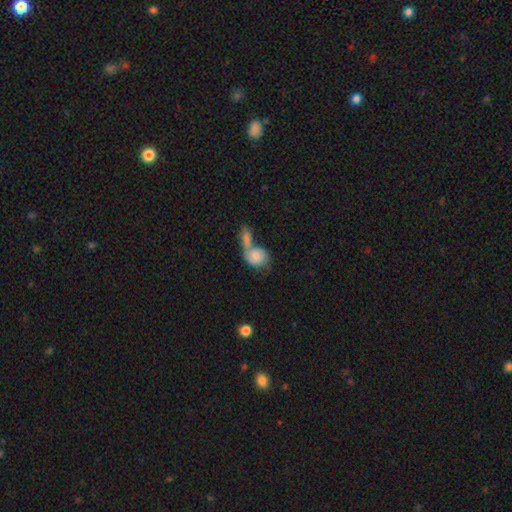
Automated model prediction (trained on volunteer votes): This appears to be a smooth galaxy with no disk features (64%) that is round (56%). Merging: merger (66%).